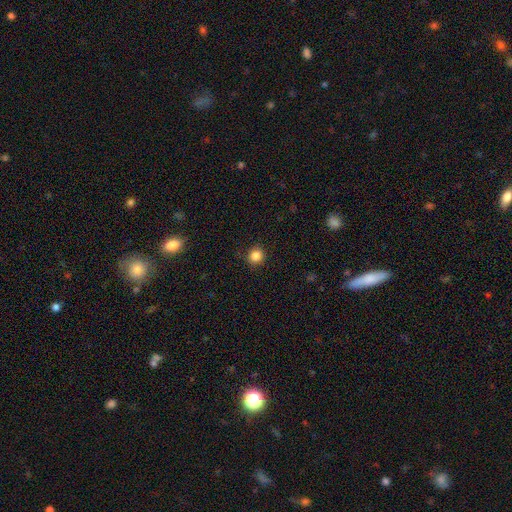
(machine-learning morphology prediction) Overall: smooth (85%). How rounded: round (92%). Merging: none (90%).